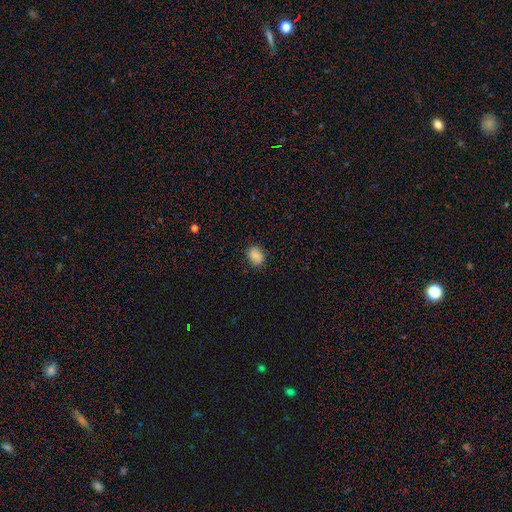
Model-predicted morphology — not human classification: Q: Smooth or featured?
A: smooth (84%); runner-up: star or artifact (9%)
Q: How rounded?
A: round (51%); runner-up: in between (48%)
Q: Merging?
A: none (80%); runner-up: minor disturbance (15%)